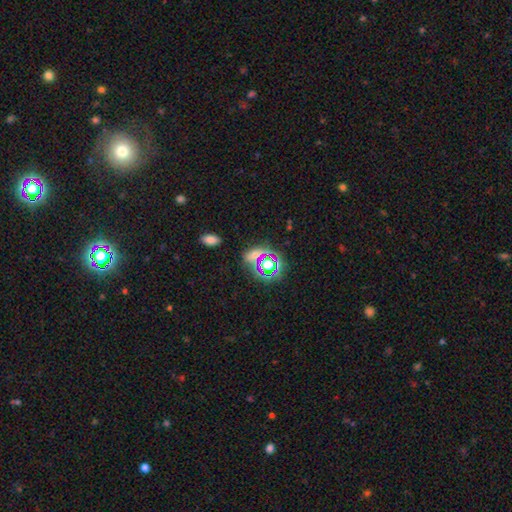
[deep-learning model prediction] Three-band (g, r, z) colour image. It shows a star or artifact, not a galaxy (65%).